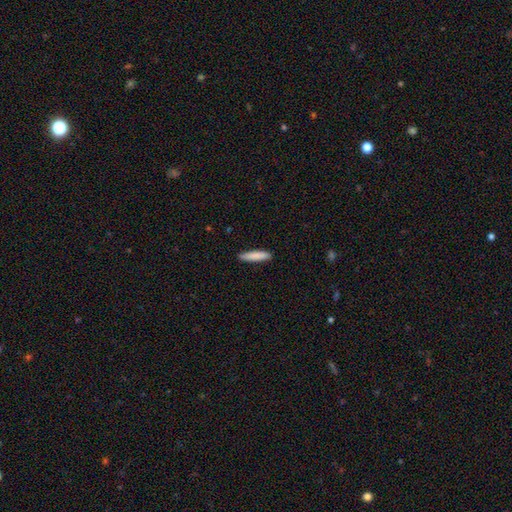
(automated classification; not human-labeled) smooth_or_featured: smooth (p=0.86) [alt: featured or disk p=0.09]
how_rounded: cigar-shaped (p=0.85) [alt: in between p=0.14]
merging: none (p=0.89) [alt: minor disturbance p=0.08]